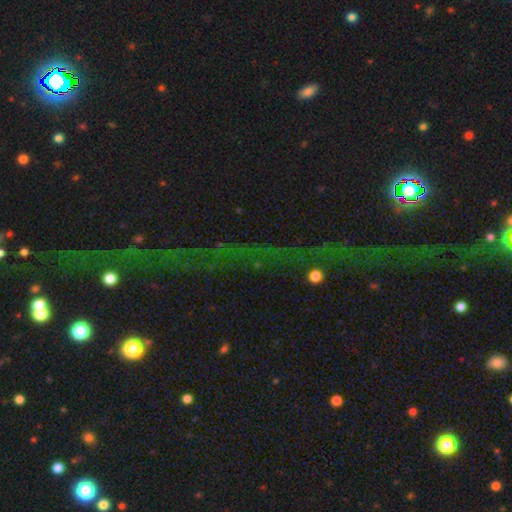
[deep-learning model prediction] This appears to be a star or artifact, not a galaxy (77%).